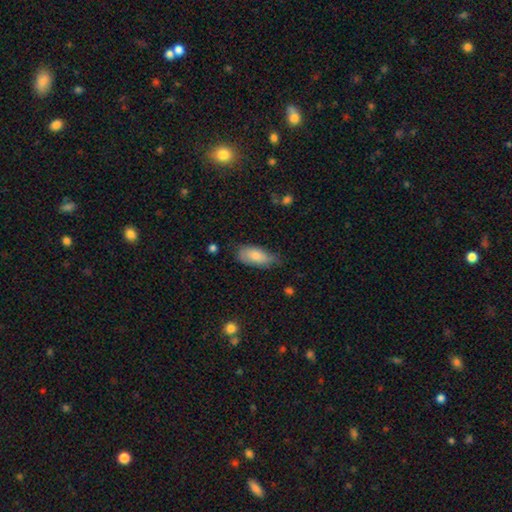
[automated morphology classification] Overall: smooth (81%). How rounded: in between (88%). Merging: none (57%; minor disturbance 34%).